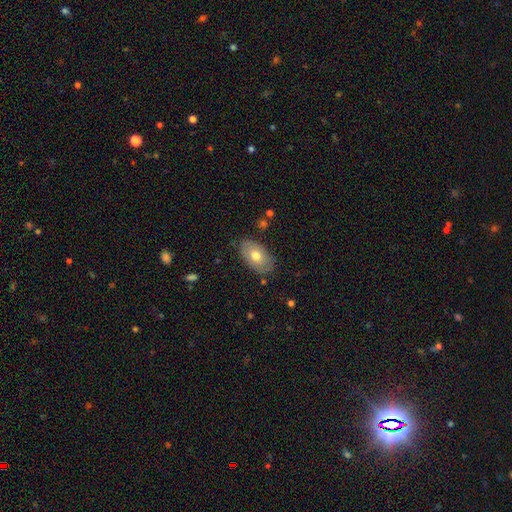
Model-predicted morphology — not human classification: type=smooth (67%); roundness=in between (92%); merging=none (80%).